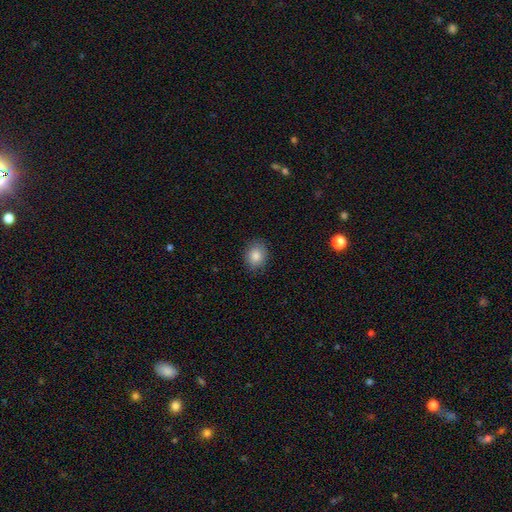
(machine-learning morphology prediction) Q: Smooth or featured?
A: smooth (85%); runner-up: star or artifact (9%)
Q: How rounded?
A: round (54%); runner-up: in between (45%)
Q: Merging?
A: none (86%); runner-up: minor disturbance (10%)